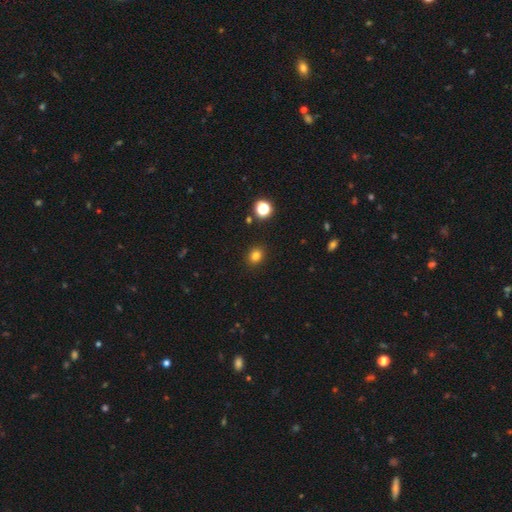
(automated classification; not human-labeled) A smooth galaxy with no disk features (80%) that is round (63%).

Vote fractions:
- Smooth or featured? smooth: 80% / star or artifact: 14% / featured or disk: 5%
- How rounded? round: 63% / in between: 36% / cigar-shaped: 1%
- Merging? none: 90% / minor disturbance: 7% / major disturbance: 2% / merger: 1%